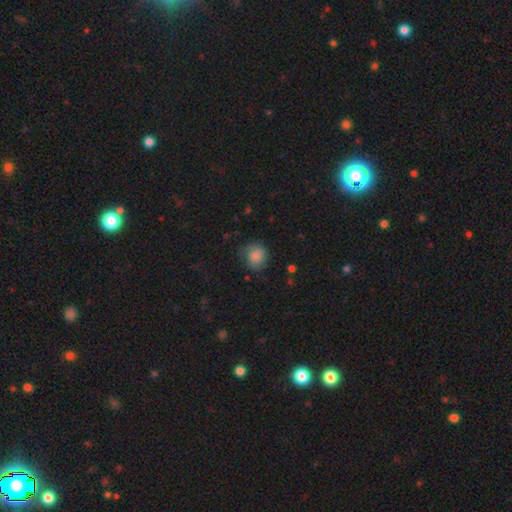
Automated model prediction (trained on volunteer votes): Overall: smooth (48%; featured or disk 43%). Merging: none (64%).